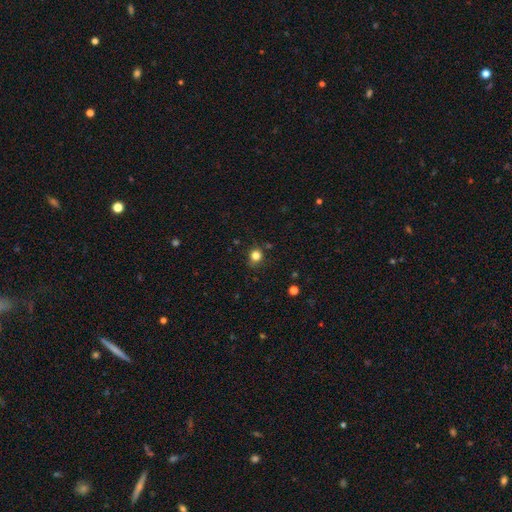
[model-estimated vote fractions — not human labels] A smooth galaxy with no disk features (82%) that is round (83%).

Vote fractions:
- Smooth or featured? smooth: 82% / star or artifact: 13% / featured or disk: 5%
- How rounded? round: 83% / in between: 16% / cigar-shaped: 1%
- Merging? none: 79% / minor disturbance: 15% / major disturbance: 4% / merger: 2%